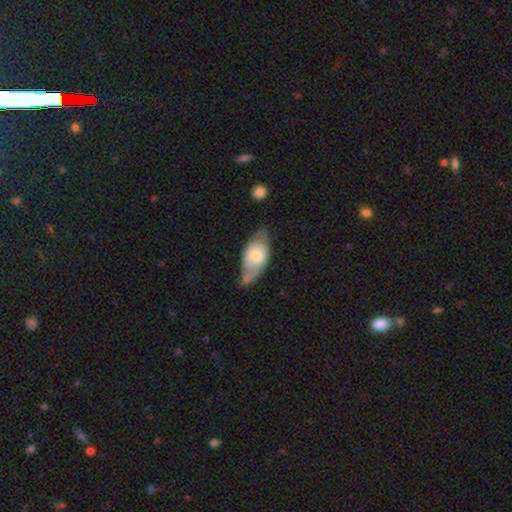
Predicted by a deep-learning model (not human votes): Smooth or featured?
  - smooth: 54% *
  - featured or disk: 41%
  - star or artifact: 6%
How rounded?
  - in between: 88% *
  - cigar-shaped: 6%
  - round: 5%
Merging?
  - none: 51% *
  - minor disturbance: 30%
  - major disturbance: 12%
  - merger: 7%